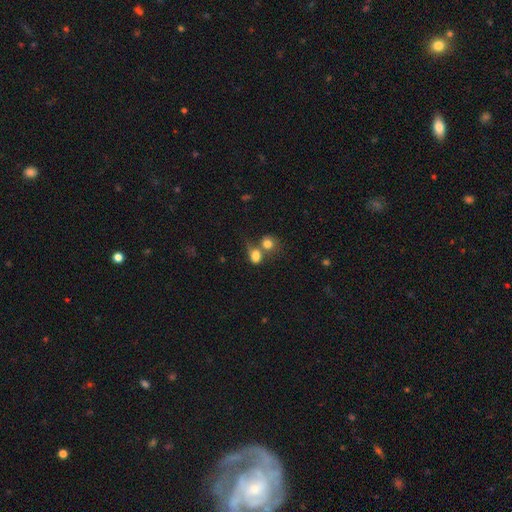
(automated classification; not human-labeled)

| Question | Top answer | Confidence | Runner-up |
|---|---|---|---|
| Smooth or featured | smooth | 78% | featured or disk (11%) |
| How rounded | in between | 52% | round (46%) |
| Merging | merger | 57% | none (25%) |